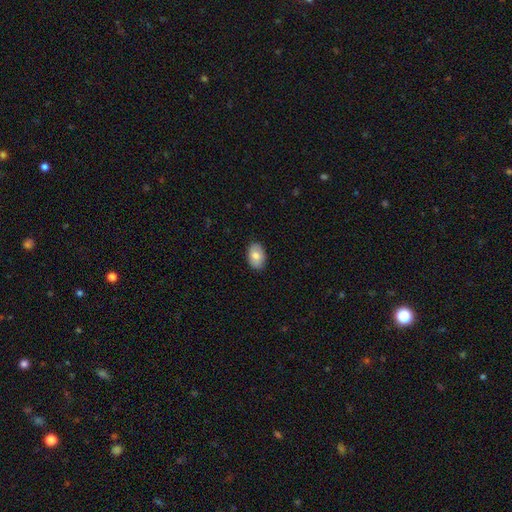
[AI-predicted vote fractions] Smooth or featured: smooth — 79% (featured or disk — 14%)
How rounded: in between — 87% (round — 12%)
Merging: none — 88% (minor disturbance — 10%)